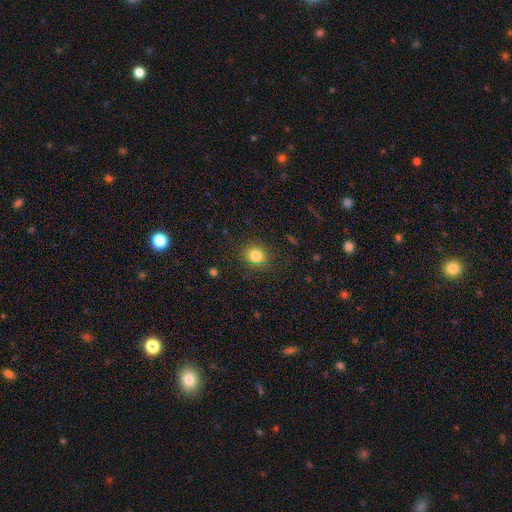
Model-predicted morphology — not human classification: The model was most divided on "how rounded": round: 74%, in between: 25%, cigar-shaped: 1%. More confident: merging — none (86%); smooth or featured — smooth (82%).